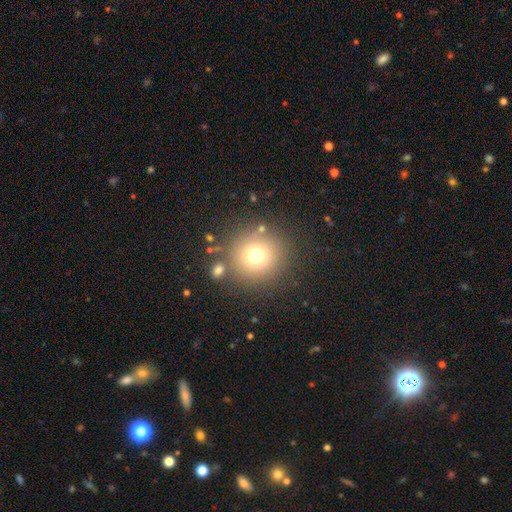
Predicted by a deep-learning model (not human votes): smooth 70%, star or artifact 17%, featured or disk 12%. Down the decision tree: how rounded — round (94%); merging — none (80%).